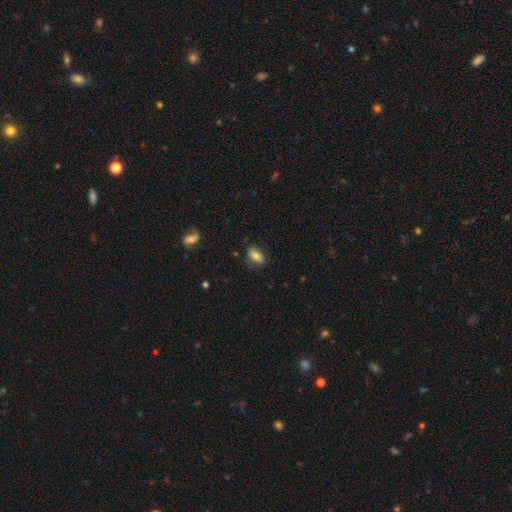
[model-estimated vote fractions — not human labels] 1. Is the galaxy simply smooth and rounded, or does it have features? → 78% smooth, 13% featured or disk, 8% star or artifact.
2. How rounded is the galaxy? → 89% in between, 6% round, 5% cigar-shaped.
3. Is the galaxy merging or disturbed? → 77% none, 17% minor disturbance, 4% major disturbance, 2% merger.